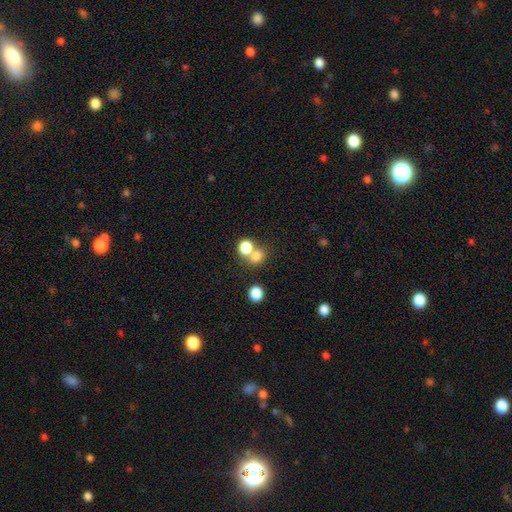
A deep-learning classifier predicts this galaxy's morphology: Overall: smooth (76%). How rounded: round (71%). Merging: none (47%; merger 42%).